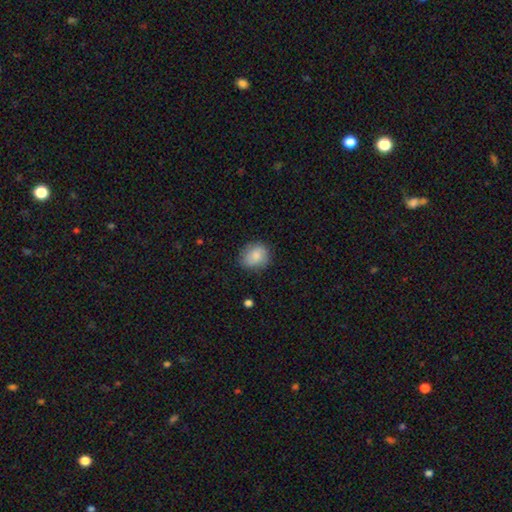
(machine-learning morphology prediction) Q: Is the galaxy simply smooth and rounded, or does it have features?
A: smooth — 85%.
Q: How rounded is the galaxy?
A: round — 66%.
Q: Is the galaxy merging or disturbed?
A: none — 76%.